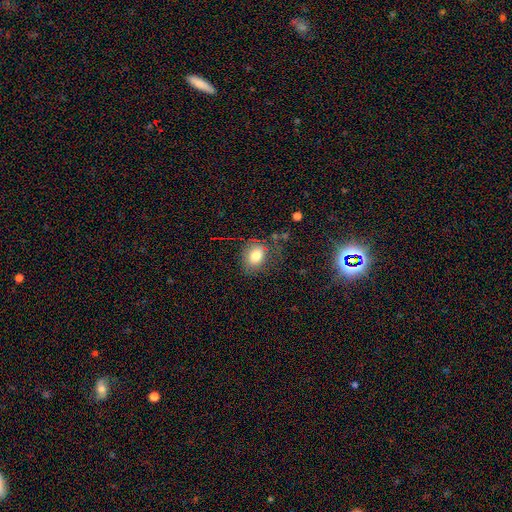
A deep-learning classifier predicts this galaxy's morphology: The model was most divided on "how rounded": round: 50%, in between: 49%, cigar-shaped: 1%. More confident: smooth or featured — smooth (79%); merging — none (69%).